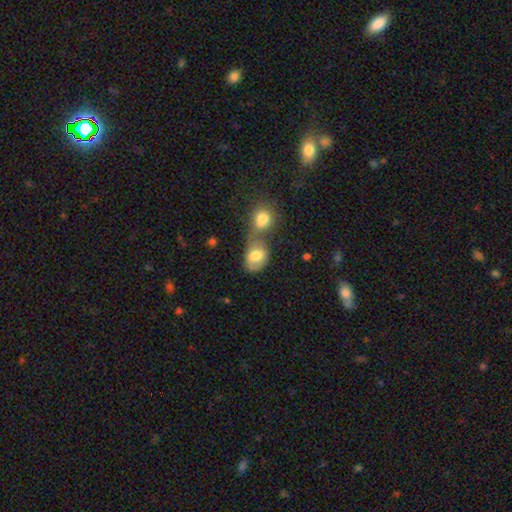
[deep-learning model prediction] Overall: smooth (73%). How rounded: in between (70%). Merging: merger (55%; none 28%).